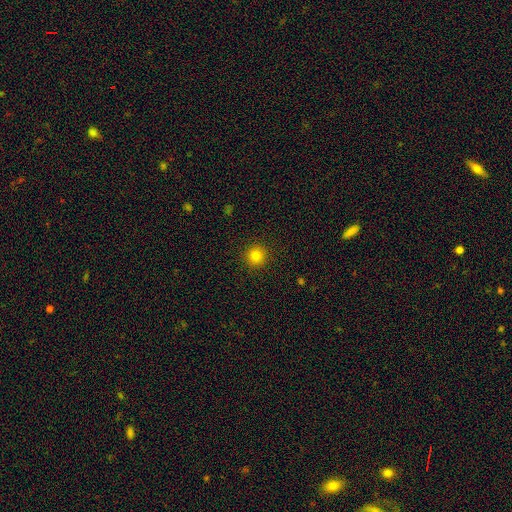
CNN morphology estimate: This appears to be a smooth galaxy with no disk features (81%) that is round (95%). Merging: none (93%).